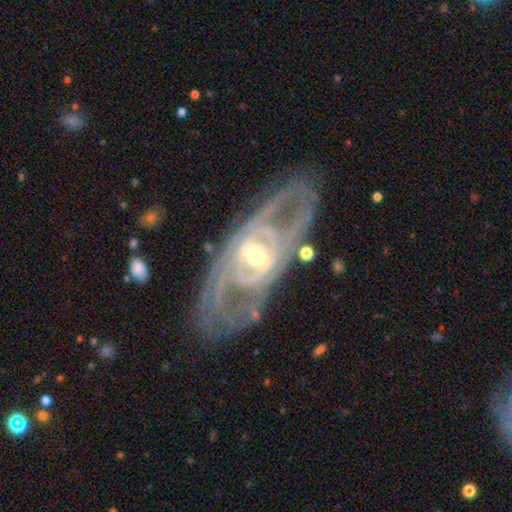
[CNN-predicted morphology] type=featured or disk (88%); edge-on=no (89%); bar=strong (46%); spiral arms=yes (86%); winding=tight (59%); arm count=2 (46%); bulge=moderate (48%); merging=none (70%).